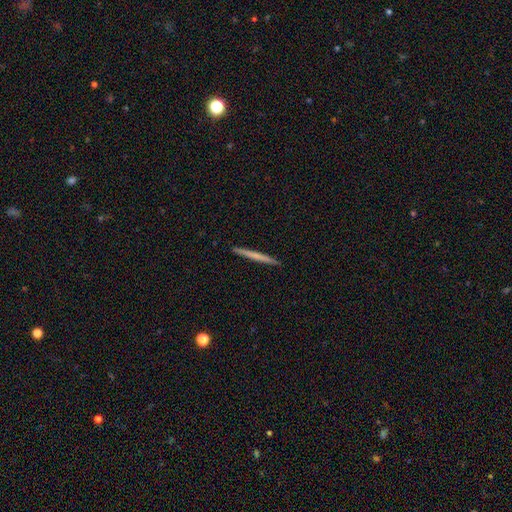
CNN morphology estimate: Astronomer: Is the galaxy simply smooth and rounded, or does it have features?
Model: smooth — 55% (runner-up: featured or disk, 40%).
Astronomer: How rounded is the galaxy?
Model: cigar-shaped — 97%.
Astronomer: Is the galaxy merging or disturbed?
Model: none — 93%.